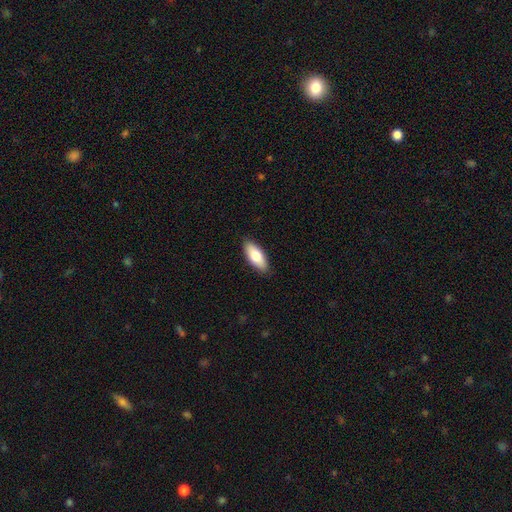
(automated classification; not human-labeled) smooth-or-featured: smooth: 78% | featured or disk: 17% | star or artifact: 6%
  how-rounded: in between: 81% | cigar-shaped: 17% | round: 2%
  merging: none: 89% | minor disturbance: 9% | major disturbance: 2% | merger: 1%